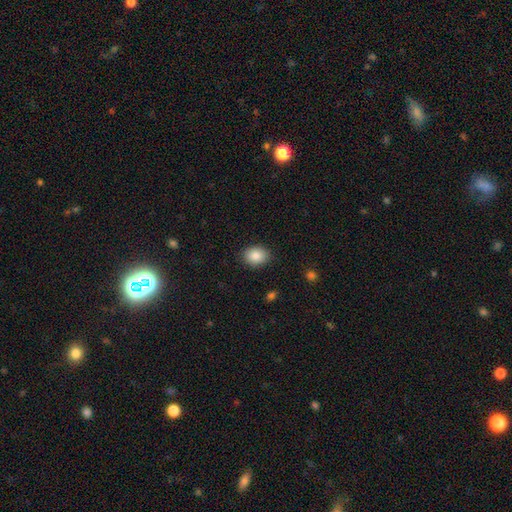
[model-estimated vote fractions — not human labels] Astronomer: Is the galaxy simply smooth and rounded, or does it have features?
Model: smooth — 87%.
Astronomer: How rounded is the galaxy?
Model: in between — 58% (runner-up: round, 41%).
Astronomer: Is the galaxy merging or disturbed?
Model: none — 88%.